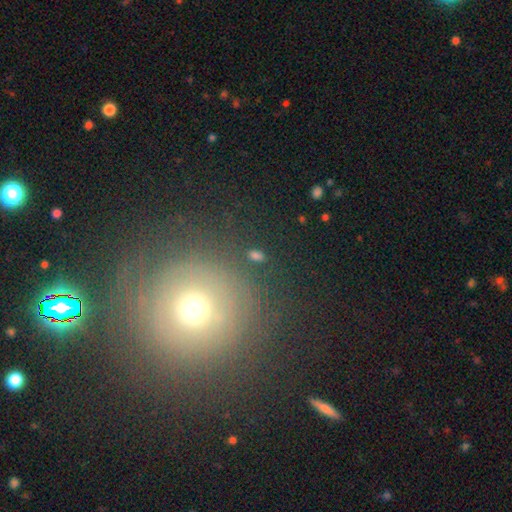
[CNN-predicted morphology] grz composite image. It shows a smooth galaxy with no disk features (70%) that is in between round and cigar-shaped (85%). Merging: none (83%).